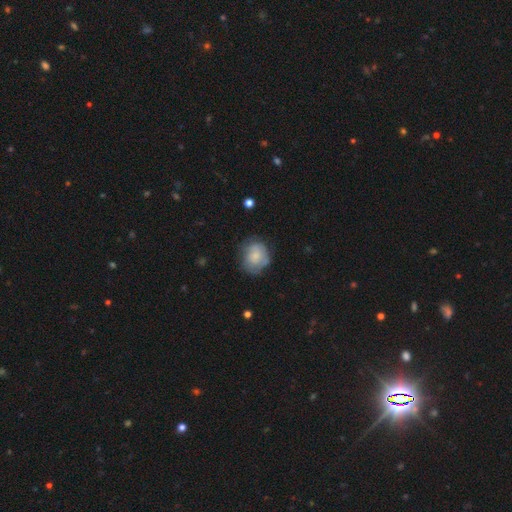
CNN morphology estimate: smooth-or-featured: smooth: 66% | featured or disk: 27% | star or artifact: 8%
  how-rounded: round: 72% | in between: 27% | cigar-shaped: 1%
  merging: none: 61% | minor disturbance: 27% | major disturbance: 11% | merger: 2%